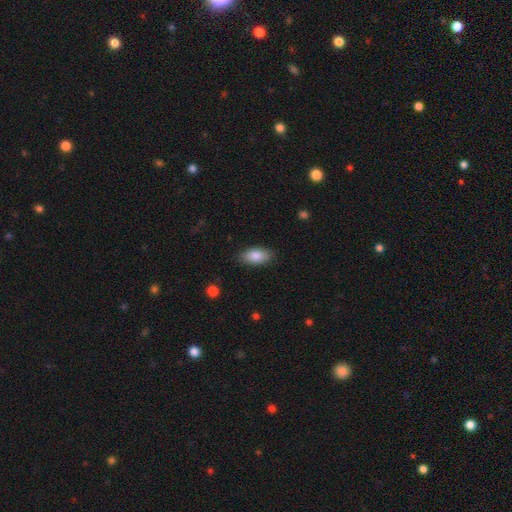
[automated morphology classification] smooth 86%, featured or disk 7%, star or artifact 6%. Down the decision tree: how rounded — in between (91%); merging — none (86%).